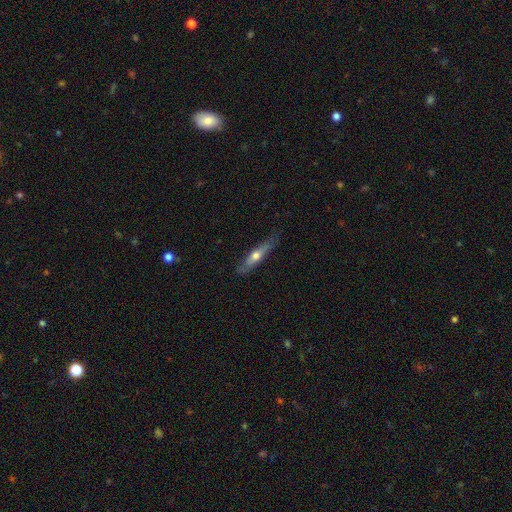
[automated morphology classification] This is possibly a smooth galaxy (48%). Merging: likely none (76%).